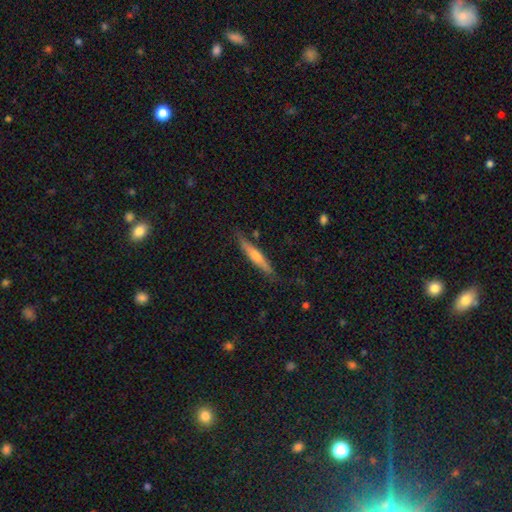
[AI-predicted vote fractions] Smooth or featured?
  - featured or disk: 48% *
  - smooth: 46%
  - star or artifact: 6%
Merging?
  - none: 82% *
  - minor disturbance: 14%
  - major disturbance: 3%
  - merger: 2%